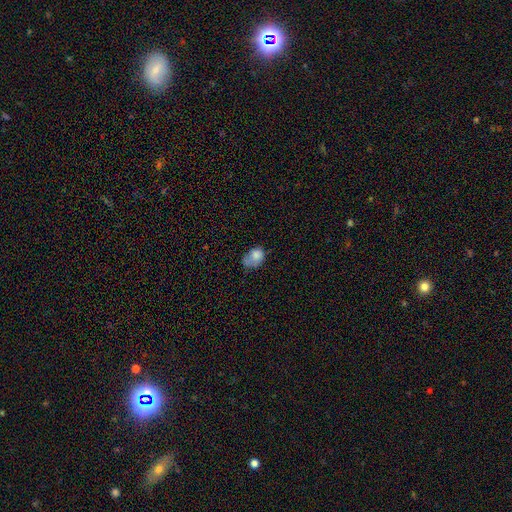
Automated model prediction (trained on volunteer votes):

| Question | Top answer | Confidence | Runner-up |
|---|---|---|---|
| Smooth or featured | smooth | 75% | featured or disk (16%) |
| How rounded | in between | 69% | round (30%) |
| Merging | minor disturbance | 34% | none (31%) |